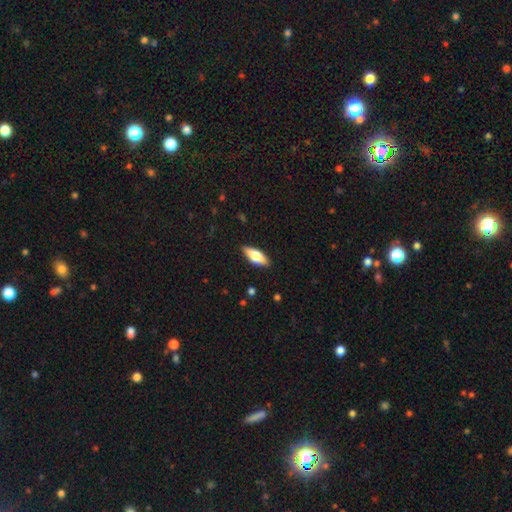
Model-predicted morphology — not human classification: The model was most divided on "smooth or featured": smooth: 66%, featured or disk: 28%, star or artifact: 6%. More confident: merging — none (87%); how rounded — in between (74%).